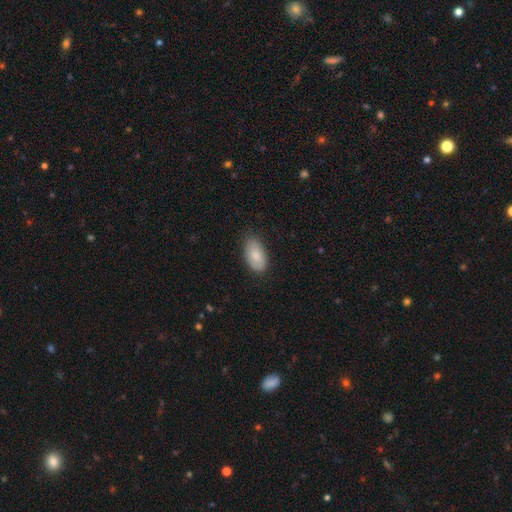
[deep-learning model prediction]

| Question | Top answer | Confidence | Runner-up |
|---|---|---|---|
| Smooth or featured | smooth | 83% | featured or disk (11%) |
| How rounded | in between | 94% | round (3%) |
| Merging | none | 76% | minor disturbance (20%) |